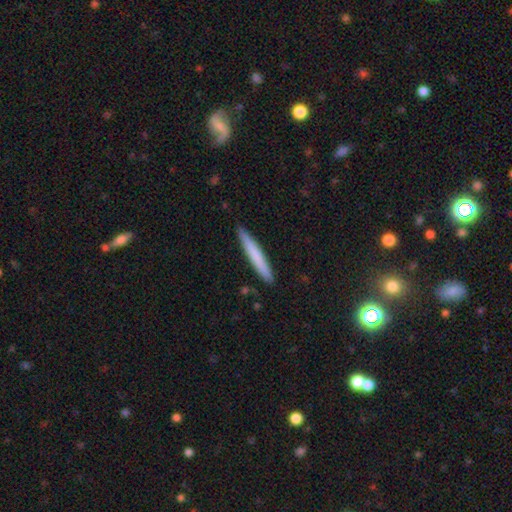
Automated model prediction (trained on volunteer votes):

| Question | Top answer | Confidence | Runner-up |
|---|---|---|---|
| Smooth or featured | smooth | 71% | featured or disk (22%) |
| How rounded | cigar-shaped | 96% | in between (3%) |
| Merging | none | 90% | minor disturbance (7%) |